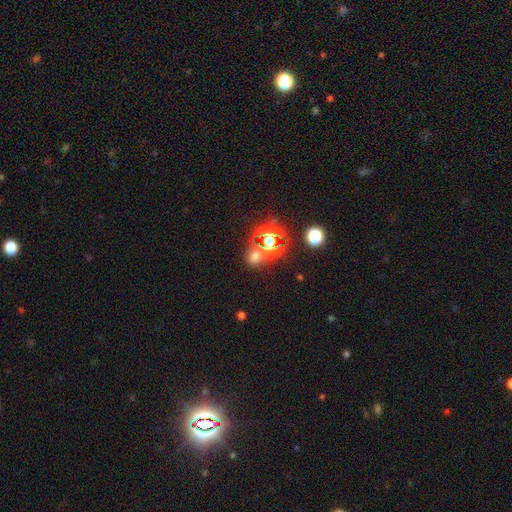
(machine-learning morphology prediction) Smooth or featured: smooth — 47% (star or artifact — 45%)
Merging: none — 66% (merger — 20%)